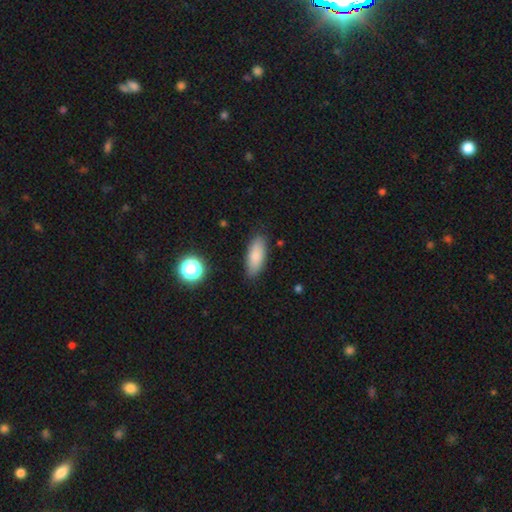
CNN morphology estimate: A smooth galaxy with no disk features (83%) that is in between round and cigar-shaped (75%).

Vote fractions:
- Smooth or featured? smooth: 83% / featured or disk: 10% / star or artifact: 8%
- How rounded? in between: 75% / cigar-shaped: 23% / round: 3%
- Merging? none: 85% / minor disturbance: 11% / major disturbance: 2% / merger: 1%